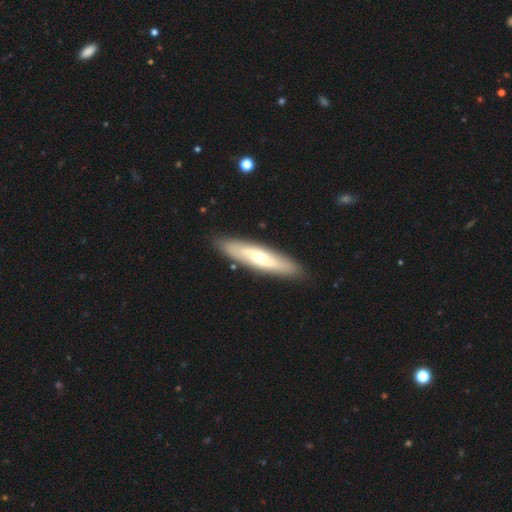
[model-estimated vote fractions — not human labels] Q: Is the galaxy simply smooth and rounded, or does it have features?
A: featured or disk — 53%.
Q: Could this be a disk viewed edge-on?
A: yes — 60%.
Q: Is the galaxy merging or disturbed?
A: none — 88%.